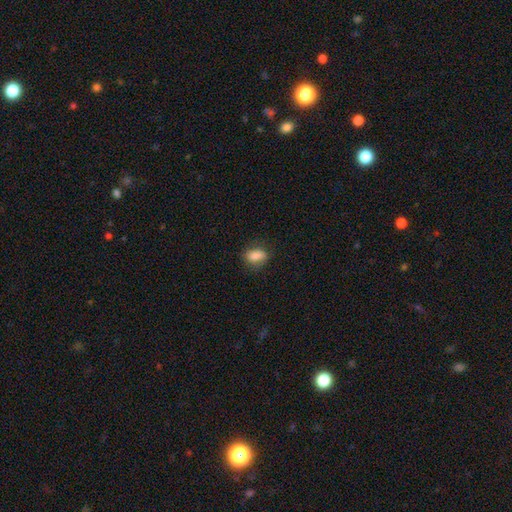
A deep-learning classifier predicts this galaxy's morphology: Smooth or featured? smooth (84%)
How rounded? in between (81%)
Merging? none (75%)